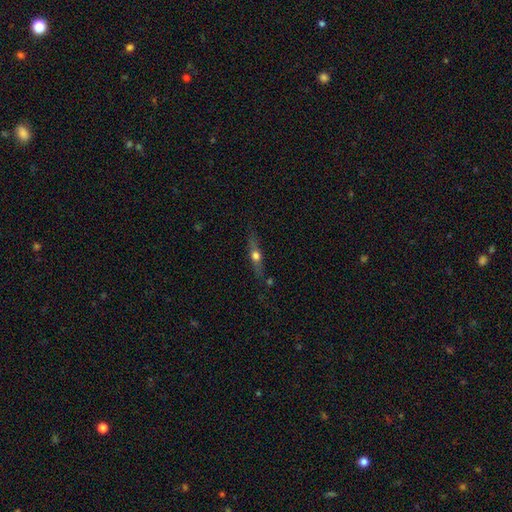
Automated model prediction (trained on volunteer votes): Smooth or featured? featured or disk (57%)
Edge-on disk? yes (92%)
Edge-on bulge? rounded (94%)
Merging? none (80%)